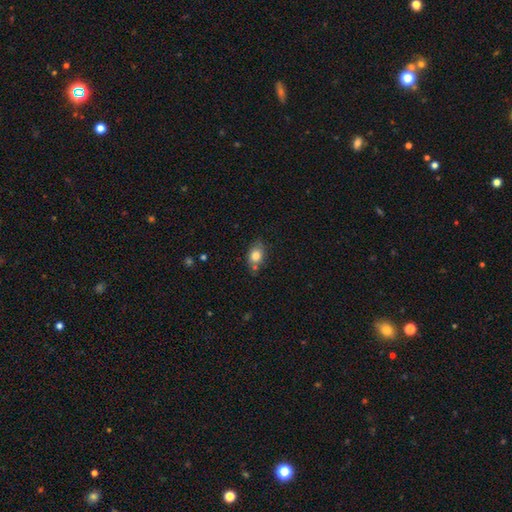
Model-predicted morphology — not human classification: smooth-or-featured: smooth: 81% | featured or disk: 10% | star or artifact: 9%
  how-rounded: in between: 66% | round: 33% | cigar-shaped: 2%
  merging: none: 68% | minor disturbance: 20% | merger: 7% | major disturbance: 4%